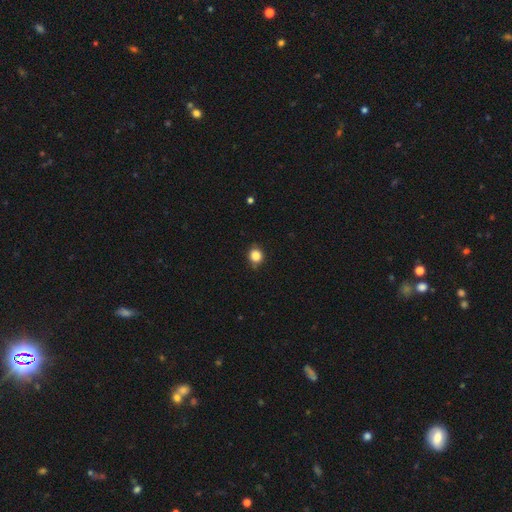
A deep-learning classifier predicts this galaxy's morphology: smooth-or-featured: smooth: 85% | star or artifact: 11% | featured or disk: 4%
  how-rounded: round: 85% | in between: 14% | cigar-shaped: 1%
  merging: none: 83% | minor disturbance: 13% | major disturbance: 3% | merger: 1%